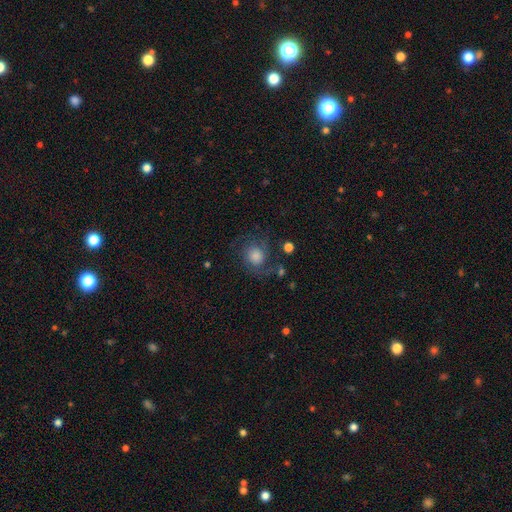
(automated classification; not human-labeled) Smooth or featured? featured or disk (54%)
Edge-on disk? no (97%)
Bar? no (77%)
Spiral arms? yes (89%)
Bulge size? large (35%)
Merging? none (66%)